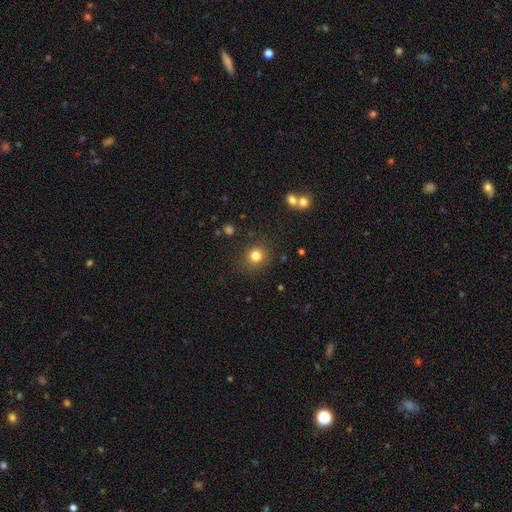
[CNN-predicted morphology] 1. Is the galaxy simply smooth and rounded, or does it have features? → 81% smooth, 13% star or artifact, 6% featured or disk.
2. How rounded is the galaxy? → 87% round, 12% in between, 1% cigar-shaped.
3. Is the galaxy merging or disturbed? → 85% none, 9% minor disturbance, 4% major disturbance, 2% merger.